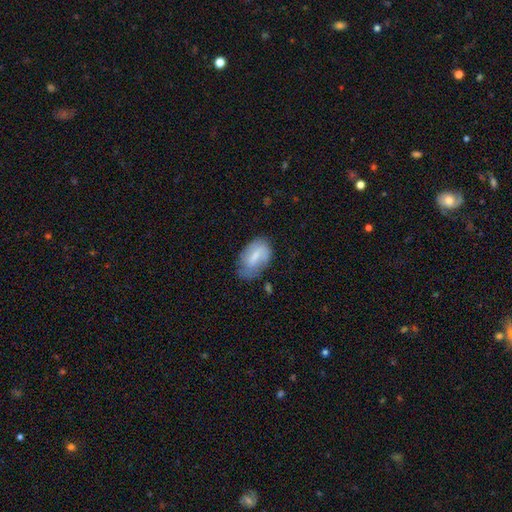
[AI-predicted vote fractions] smooth 59%, featured or disk 34%, star or artifact 7%. Down the decision tree: how rounded — in between (90%); merging — none (54%).